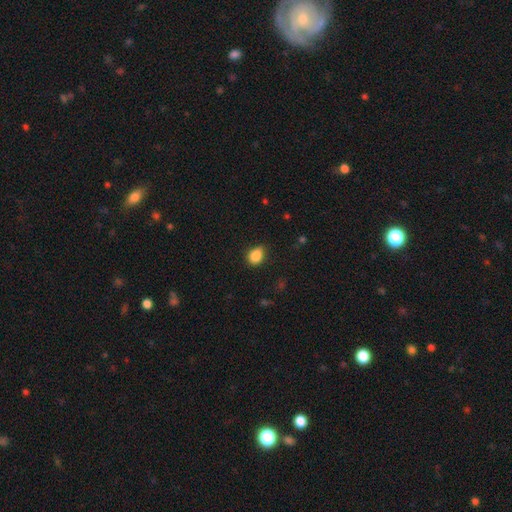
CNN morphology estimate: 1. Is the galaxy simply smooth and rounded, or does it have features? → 87% smooth, 9% star or artifact, 4% featured or disk.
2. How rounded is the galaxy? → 61% in between, 37% round, 1% cigar-shaped.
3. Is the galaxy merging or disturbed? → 74% none, 21% minor disturbance, 4% major disturbance, 1% merger.